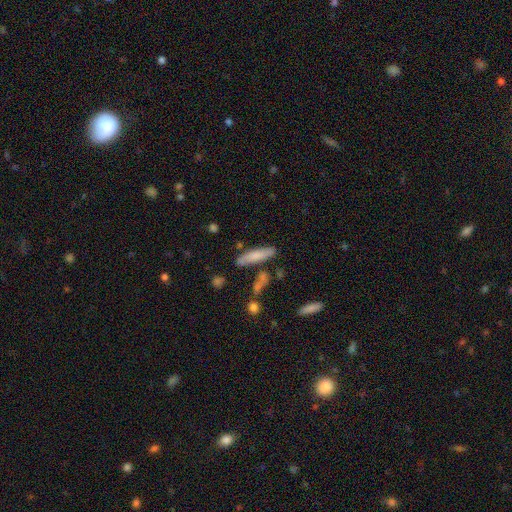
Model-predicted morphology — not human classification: Smooth or featured? Predicted: smooth (p=0.74). How rounded? Predicted: cigar-shaped (p=0.76). Merging? Predicted: none (p=0.76).